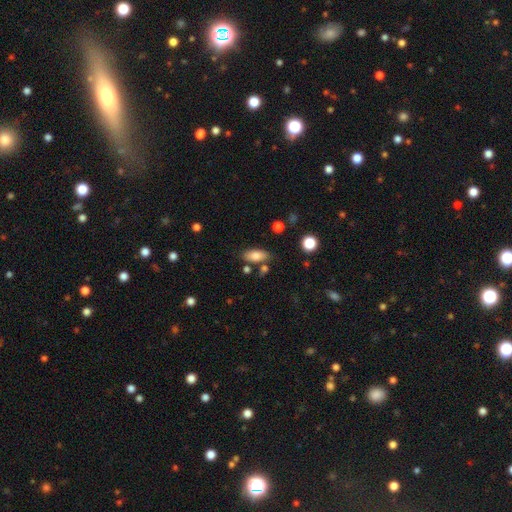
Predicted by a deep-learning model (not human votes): A smooth galaxy with no disk features (79%) that is in between round and cigar-shaped (85%).

Vote fractions:
- Smooth or featured? smooth: 79% / featured or disk: 12% / star or artifact: 8%
- How rounded? in between: 85% / cigar-shaped: 12% / round: 3%
- Merging? none: 75% / minor disturbance: 14% / merger: 8% / major disturbance: 4%